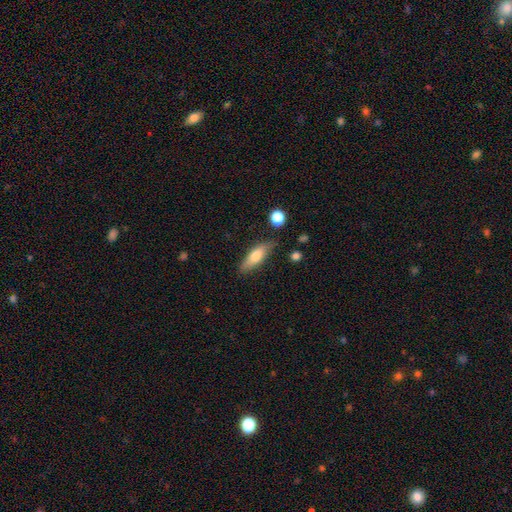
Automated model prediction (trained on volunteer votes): Q: Smooth or featured?
A: smooth (68%); runner-up: featured or disk (26%)
Q: How rounded?
A: in between (54%); runner-up: cigar-shaped (43%)
Q: Merging?
A: none (79%); runner-up: minor disturbance (15%)